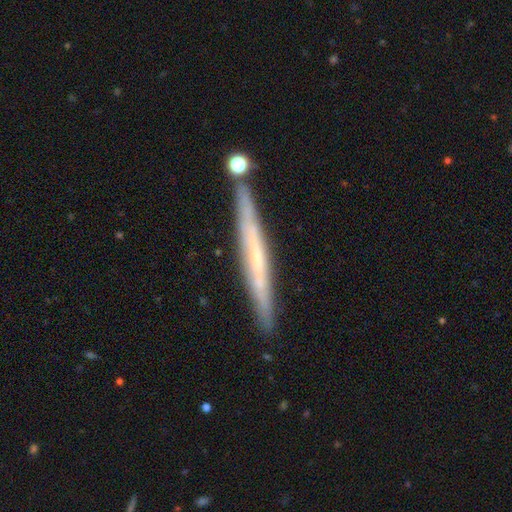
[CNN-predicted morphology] type=featured or disk (60%); edge-on=yes (93%); edge-on bulge=none (79%); merging=none (83%).